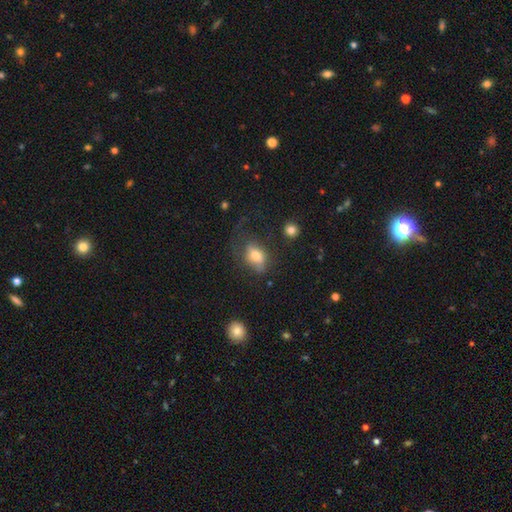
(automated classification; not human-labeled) A smooth galaxy with no disk features (71%) that is in between round and cigar-shaped (82%).

Vote fractions:
- Smooth or featured? smooth: 71% / featured or disk: 19% / star or artifact: 10%
- How rounded? in between: 82% / round: 15% / cigar-shaped: 3%
- Merging? none: 46% / major disturbance: 26% / minor disturbance: 24% / merger: 3%